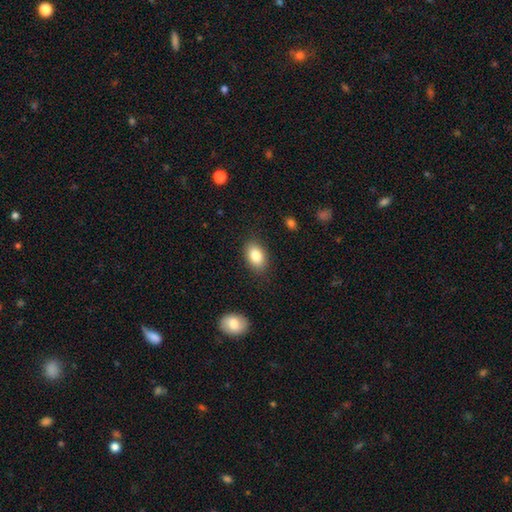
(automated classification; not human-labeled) This is clearly a smooth galaxy (84%). How rounded: clearly in between (87%). Merging: clearly none (85%).